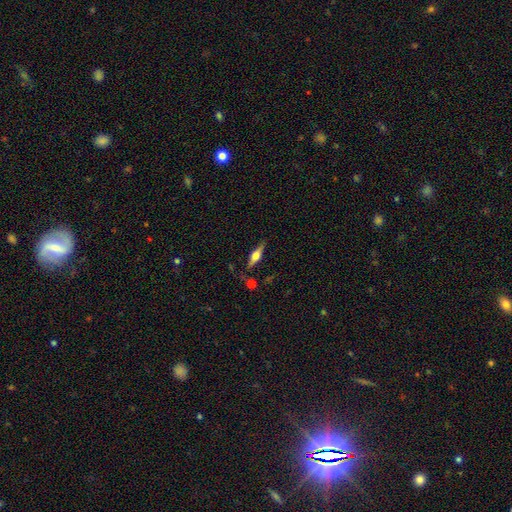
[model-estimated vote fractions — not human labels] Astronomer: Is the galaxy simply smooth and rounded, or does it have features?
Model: featured or disk — 66%.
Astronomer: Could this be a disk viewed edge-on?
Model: yes — 95%.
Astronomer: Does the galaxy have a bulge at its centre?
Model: rounded — 92%.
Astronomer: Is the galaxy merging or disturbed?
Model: none — 79%.